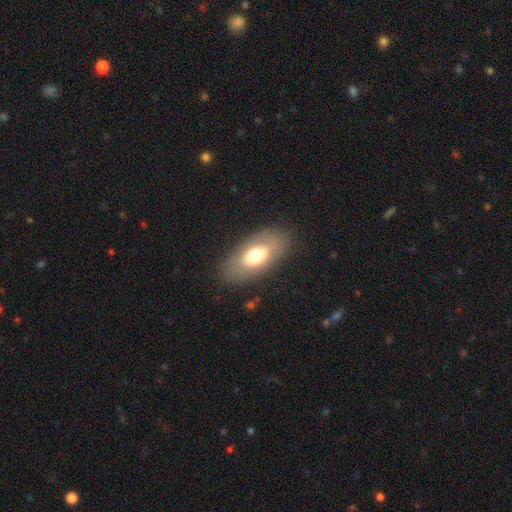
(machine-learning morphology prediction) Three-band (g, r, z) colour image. It shows a smooth galaxy with no disk features (65%) that is in between round and cigar-shaped (92%). Merging: none (84%).